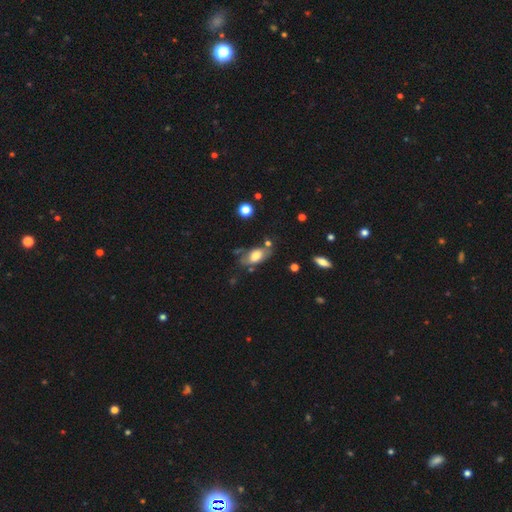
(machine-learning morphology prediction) This is likely a smooth galaxy (66%). How rounded: clearly in between (88%). Merging: possibly none (55%).